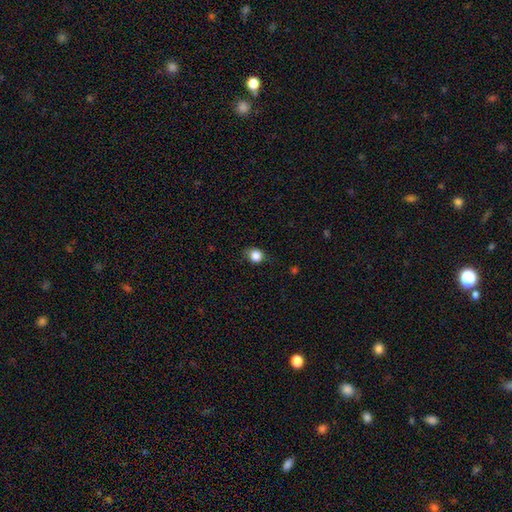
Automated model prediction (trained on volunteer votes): smooth-or-featured: smooth: 83% | star or artifact: 11% | featured or disk: 6%
  how-rounded: round: 70% | in between: 29% | cigar-shaped: 1%
  merging: none: 72% | minor disturbance: 21% | major disturbance: 6% | merger: 1%